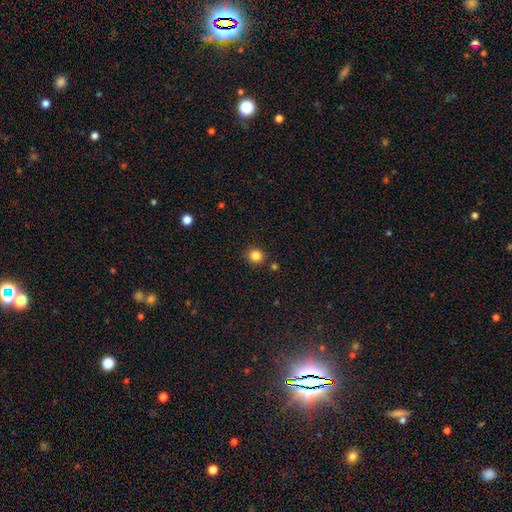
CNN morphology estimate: Smooth or featured? smooth (83%)
How rounded? round (92%)
Merging? none (88%)